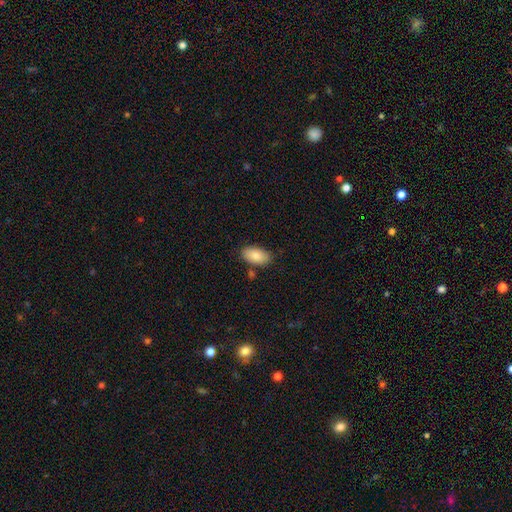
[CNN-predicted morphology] smooth 87%, star or artifact 6%, featured or disk 6%. Down the decision tree: how rounded — in between (94%); merging — none (80%).